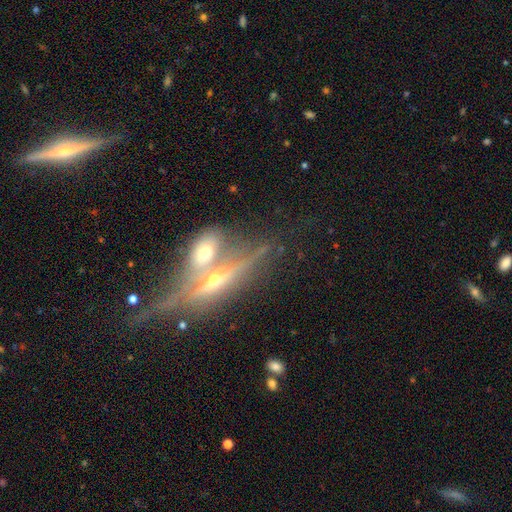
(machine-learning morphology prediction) type=featured or disk (70%); edge-on=yes (75%); edge-on bulge=rounded (90%); merging=merger (51%).